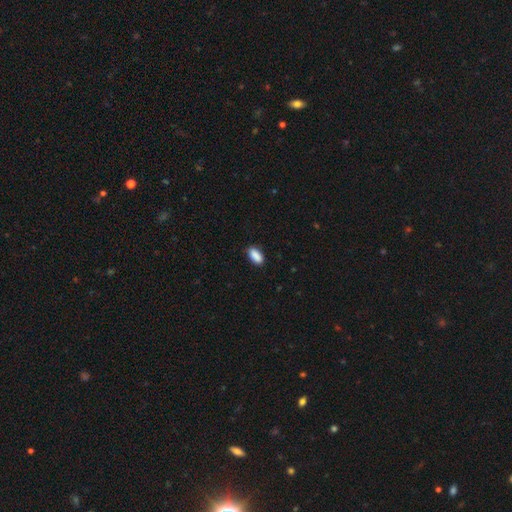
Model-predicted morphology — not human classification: Smooth or featured? Predicted: smooth (p=0.90). How rounded? Predicted: in between (p=0.91). Merging? Predicted: none (p=0.86).